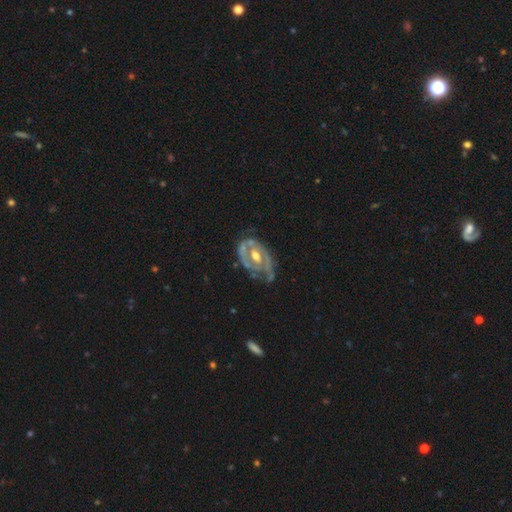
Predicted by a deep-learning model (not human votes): smooth_or_featured: featured or disk (p=0.83) [alt: smooth p=0.12]
disk_edge_on: no (p=0.95) [alt: yes p=0.05]
bar: no (p=0.50) [alt: weak p=0.35]
has_spiral_arms: yes (p=0.72) [alt: no p=0.28]
spiral_winding: tight (p=0.50) [alt: medium p=0.35]
spiral_arm_count: 2 (p=0.50) [alt: can't tell p=0.23]
bulge_size: moderate (p=0.75) [alt: small p=0.15]
merging: none (p=0.48) [alt: minor disturbance p=0.30]